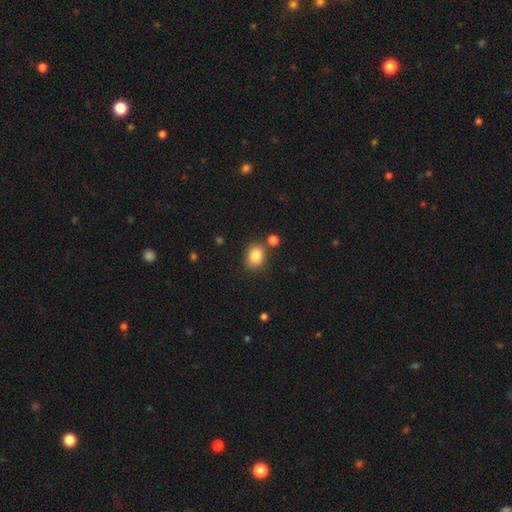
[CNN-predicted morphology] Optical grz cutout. It shows a smooth galaxy with no disk features (84%) that is round (53%). Merging: none (77%).